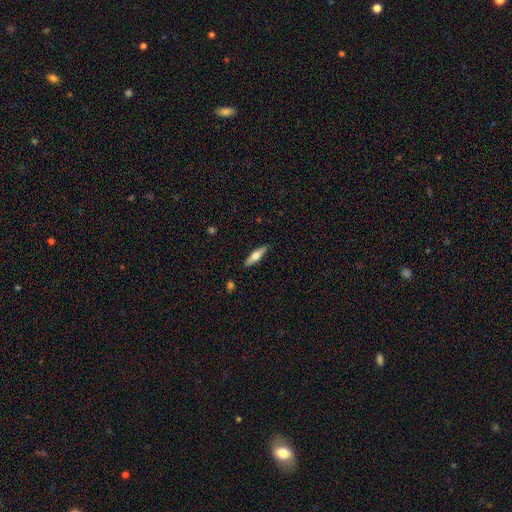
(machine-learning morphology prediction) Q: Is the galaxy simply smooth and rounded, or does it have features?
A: smooth — 50%.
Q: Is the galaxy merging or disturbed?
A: none — 88%.